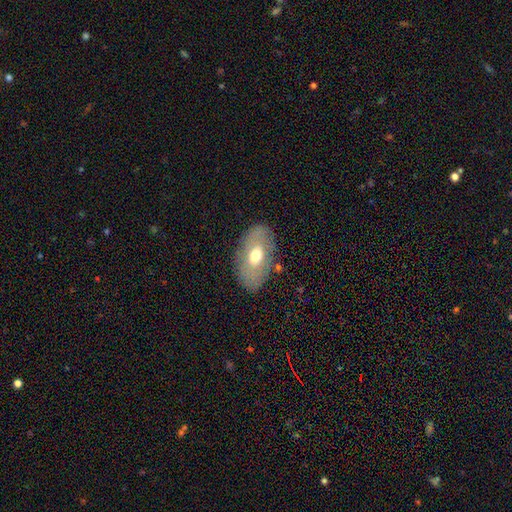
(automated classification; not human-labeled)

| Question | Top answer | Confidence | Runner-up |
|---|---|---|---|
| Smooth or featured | smooth | 58% | featured or disk (35%) |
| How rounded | in between | 90% | round (8%) |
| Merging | none | 81% | minor disturbance (13%) |